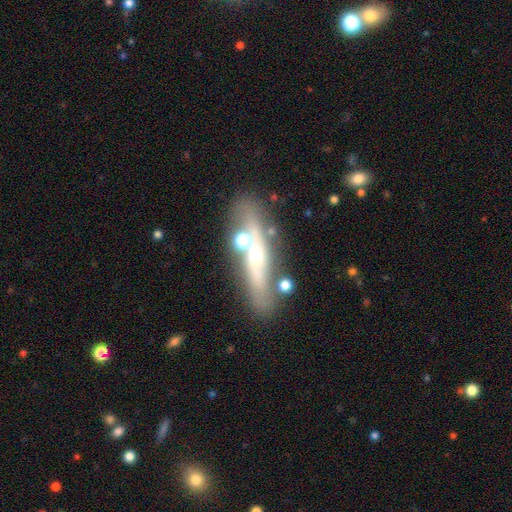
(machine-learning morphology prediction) Smooth or featured?
  - featured or disk: 63% *
  - smooth: 27%
  - star or artifact: 10%
Edge-on disk?
  - yes: 54% *
  - no: 46%
Merging?
  - none: 68% *
  - minor disturbance: 14%
  - merger: 12%
  - major disturbance: 6%